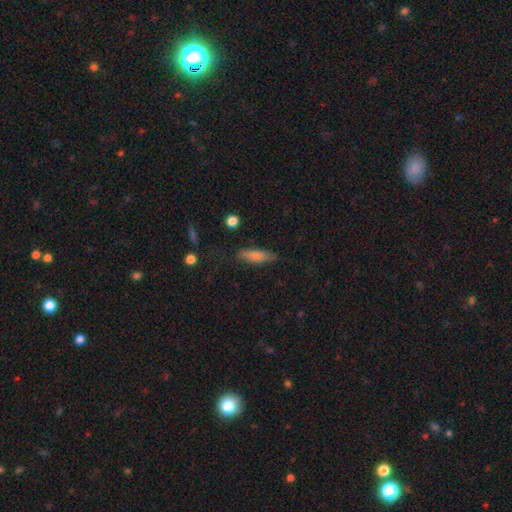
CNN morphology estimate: Overall: smooth (77%). How rounded: cigar-shaped (57%; in between 41%). Merging: none (77%).